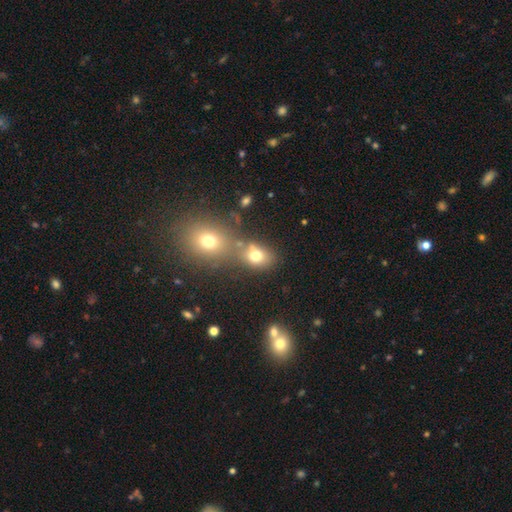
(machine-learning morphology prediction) Overall: smooth (71%). How rounded: in between (52%; round 46%). Merging: none (43%; merger 40%).